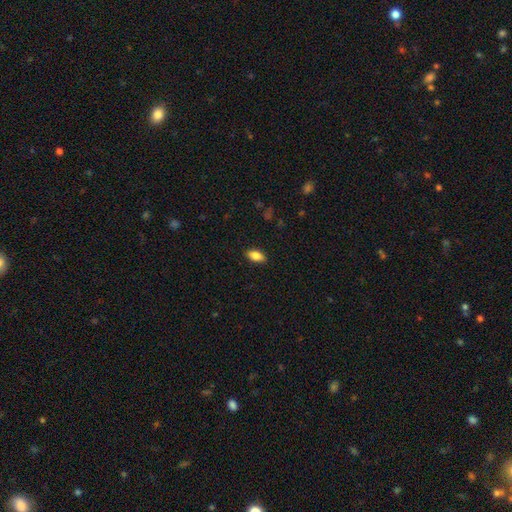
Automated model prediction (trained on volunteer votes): smooth_or_featured: smooth (p=0.82) [alt: featured or disk p=0.11]
how_rounded: in between (p=0.90) [alt: cigar-shaped p=0.06]
merging: none (p=0.89) [alt: minor disturbance p=0.09]